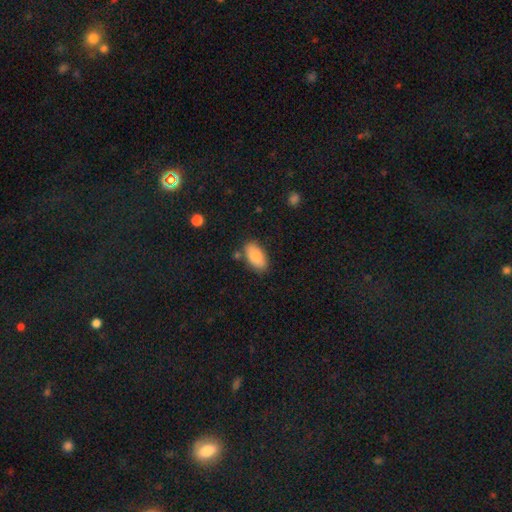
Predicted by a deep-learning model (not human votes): Smooth or featured?
  - smooth: 79% *
  - featured or disk: 14%
  - star or artifact: 7%
How rounded?
  - in between: 93% *
  - round: 4%
  - cigar-shaped: 3%
Merging?
  - none: 81% *
  - minor disturbance: 13%
  - merger: 4%
  - major disturbance: 3%